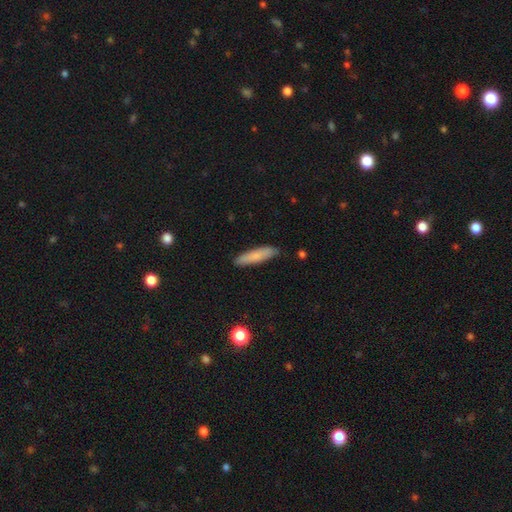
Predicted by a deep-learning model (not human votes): Q: Smooth or featured?
A: smooth (79%); runner-up: featured or disk (15%)
Q: How rounded?
A: cigar-shaped (80%); runner-up: in between (18%)
Q: Merging?
A: none (86%); runner-up: minor disturbance (10%)